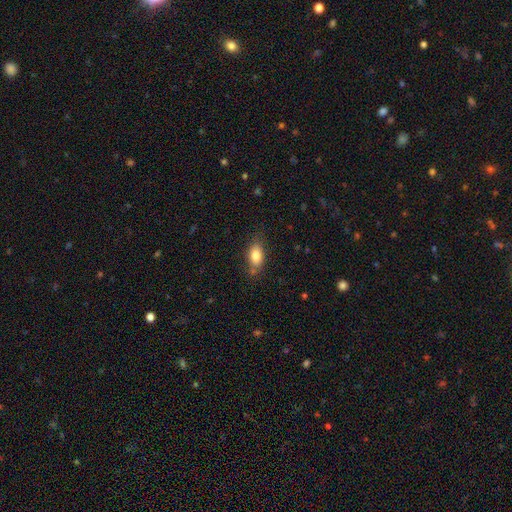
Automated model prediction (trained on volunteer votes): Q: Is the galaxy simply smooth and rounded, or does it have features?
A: smooth — 81%.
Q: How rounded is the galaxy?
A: in between — 85%.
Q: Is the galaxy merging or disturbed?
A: none — 73%.